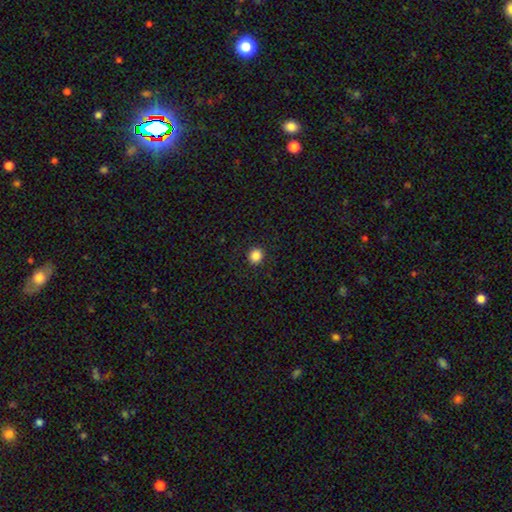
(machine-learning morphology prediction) Overall: smooth (86%). How rounded: round (86%). Merging: none (92%).